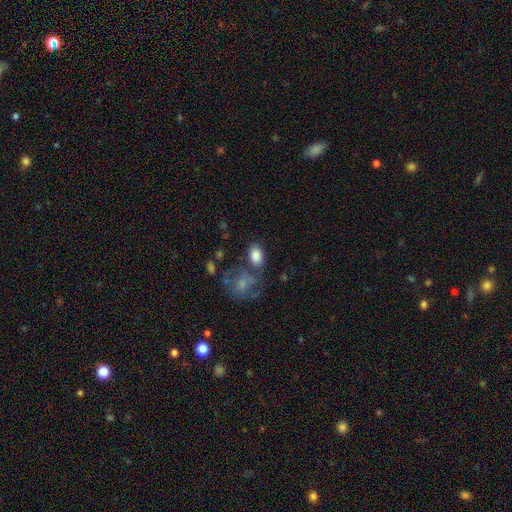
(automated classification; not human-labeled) A smooth galaxy with no disk features (84%) that is in between round and cigar-shaped (85%).

Vote fractions:
- Smooth or featured? smooth: 84% / featured or disk: 9% / star or artifact: 7%
- How rounded? in between: 85% / round: 14% / cigar-shaped: 1%
- Merging? none: 59% / merger: 17% / minor disturbance: 16% / major disturbance: 7%